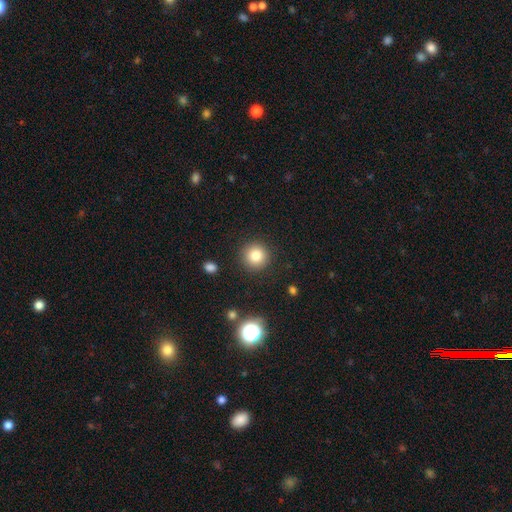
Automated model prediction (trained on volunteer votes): A smooth galaxy with no disk features (82%) that is round (94%).

Vote fractions:
- Smooth or featured? smooth: 82% / star or artifact: 12% / featured or disk: 7%
- How rounded? round: 94% / in between: 5% / cigar-shaped: 1%
- Merging? none: 90% / minor disturbance: 6% / major disturbance: 3% / merger: 1%